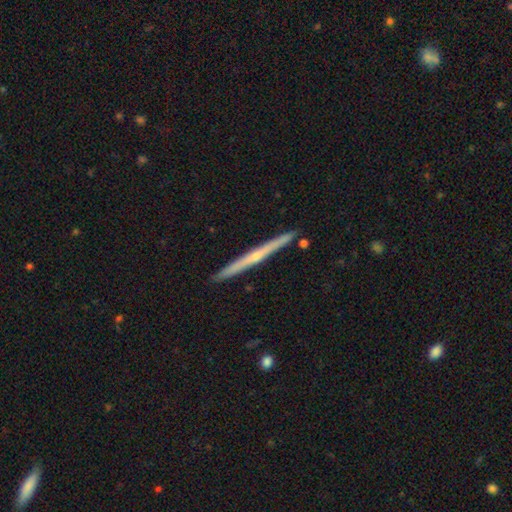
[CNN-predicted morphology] Smooth or featured? Predicted: featured or disk (p=0.69). Edge-on disk? Predicted: yes (p=0.98). Edge-on bulge? Predicted: rounded (p=0.50). Merging? Predicted: none (p=0.92).